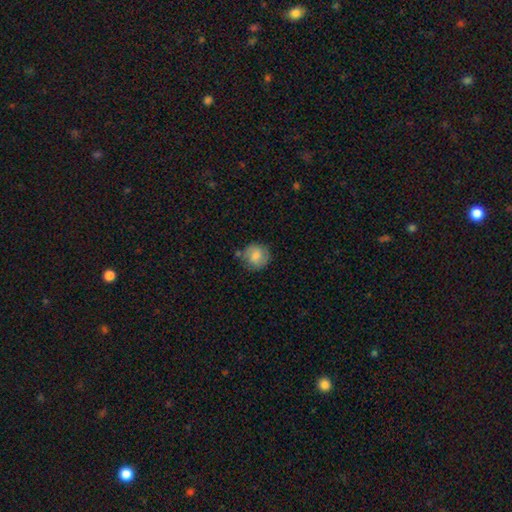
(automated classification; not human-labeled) This appears to be a smooth galaxy with no disk features (72%) that is round (87%). Merging: none (71%).